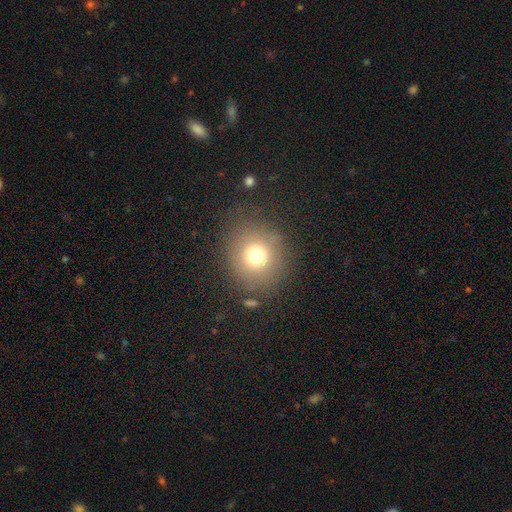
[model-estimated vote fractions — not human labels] This is likely a smooth galaxy (72%). How rounded: clearly round (87%). Merging: likely none (79%).